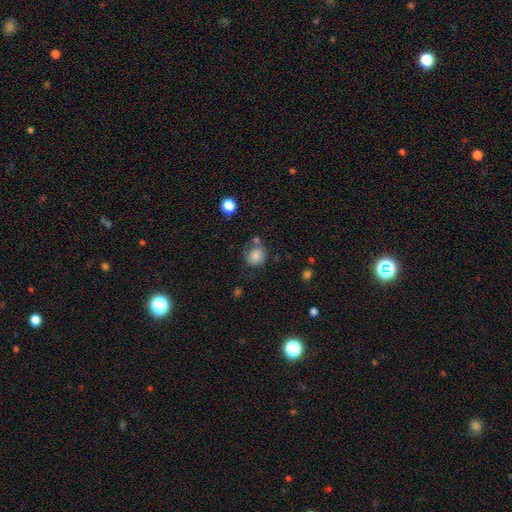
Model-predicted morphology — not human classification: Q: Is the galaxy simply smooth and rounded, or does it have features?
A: smooth — 72%.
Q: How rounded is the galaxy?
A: round — 75%.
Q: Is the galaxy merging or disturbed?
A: none — 54%.